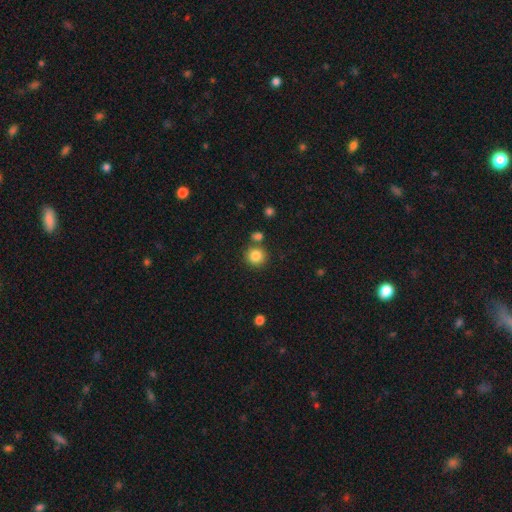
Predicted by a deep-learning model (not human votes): A smooth galaxy with no disk features (84%) that is round (92%).

Vote fractions:
- Smooth or featured? smooth: 84% / star or artifact: 10% / featured or disk: 6%
- How rounded? round: 92% / in between: 8% / cigar-shaped: 1%
- Merging? none: 77% / merger: 12% / minor disturbance: 8% / major disturbance: 3%